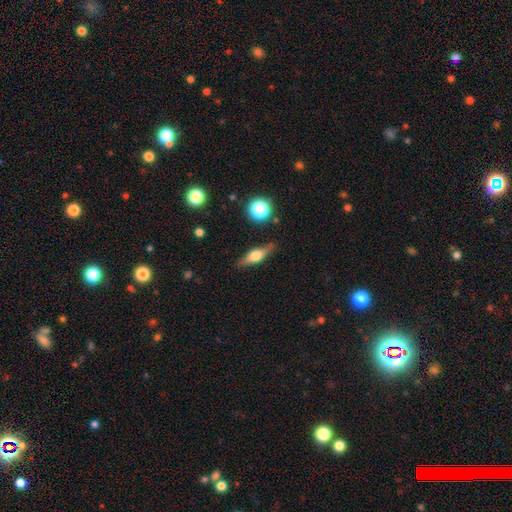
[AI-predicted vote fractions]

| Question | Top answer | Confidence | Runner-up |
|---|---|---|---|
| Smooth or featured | featured or disk | 51% | smooth (41%) |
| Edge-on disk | yes | 91% | no (9%) |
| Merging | none | 83% | minor disturbance (12%) |